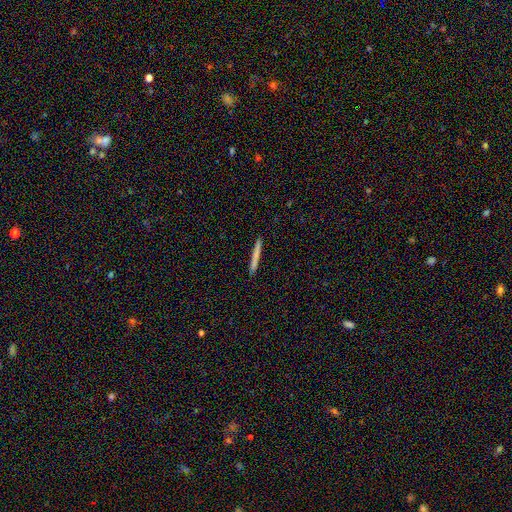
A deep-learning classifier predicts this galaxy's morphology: This appears to be a smooth galaxy with no disk features (73%) that is cigar-shaped (97%). Merging: none (93%).